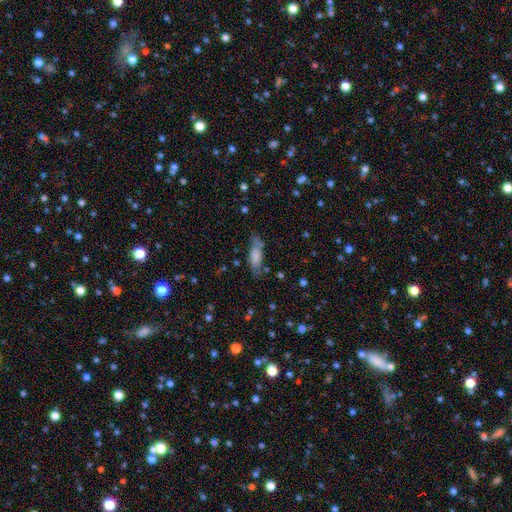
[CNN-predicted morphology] A smooth galaxy with no disk features (72%) that is in between round and cigar-shaped (63%).

Vote fractions:
- Smooth or featured? smooth: 72% / featured or disk: 20% / star or artifact: 7%
- How rounded? in between: 63% / cigar-shaped: 35% / round: 2%
- Merging? none: 63% / minor disturbance: 25% / major disturbance: 8% / merger: 4%